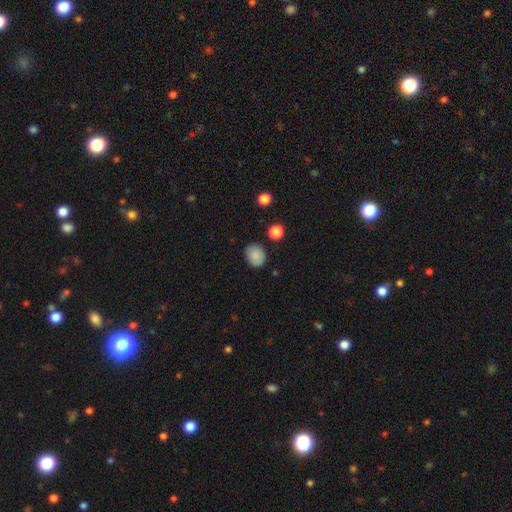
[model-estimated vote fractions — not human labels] The model was most divided on "how rounded": round: 59%, in between: 40%, cigar-shaped: 1%. More confident: smooth or featured — smooth (85%); merging — none (84%).